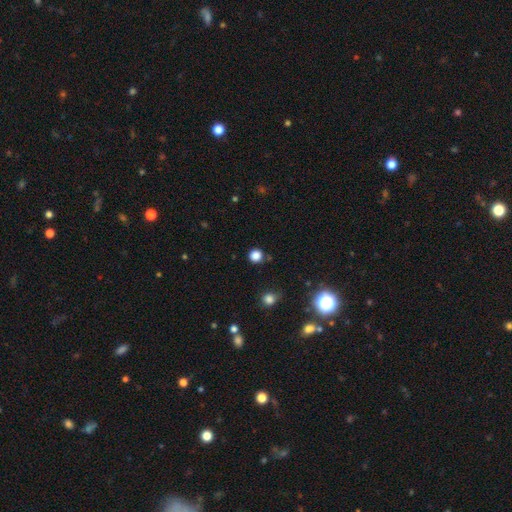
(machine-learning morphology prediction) The model was most divided on "smooth or featured": smooth: 82%, star or artifact: 15%, featured or disk: 3%. More confident: how rounded — round (93%); merging — none (86%).